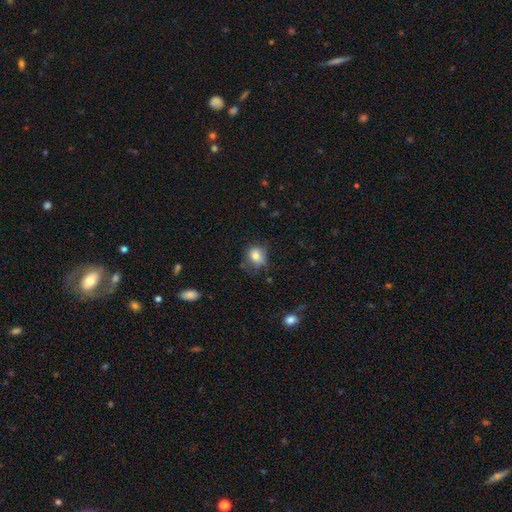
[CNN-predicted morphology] The model was most divided on "how rounded": round: 57%, in between: 42%, cigar-shaped: 1%. More confident: smooth or featured — smooth (77%); merging — none (56%).